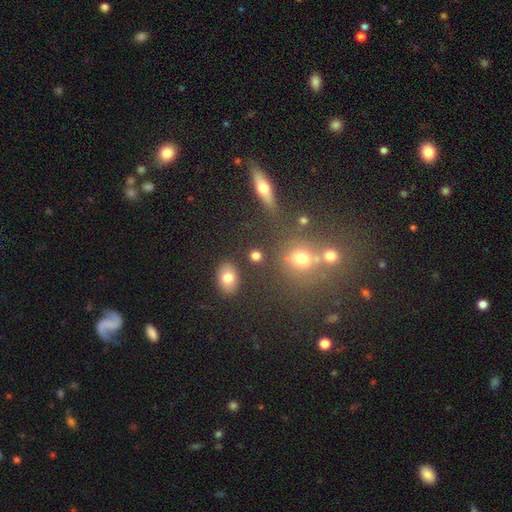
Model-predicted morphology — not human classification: A smooth galaxy with no disk features (76%) that is round (56%).

Vote fractions:
- Smooth or featured? smooth: 76% / star or artifact: 14% / featured or disk: 10%
- How rounded? round: 56% / in between: 42% / cigar-shaped: 3%
- Merging? none: 79% / minor disturbance: 9% / merger: 8% / major disturbance: 4%